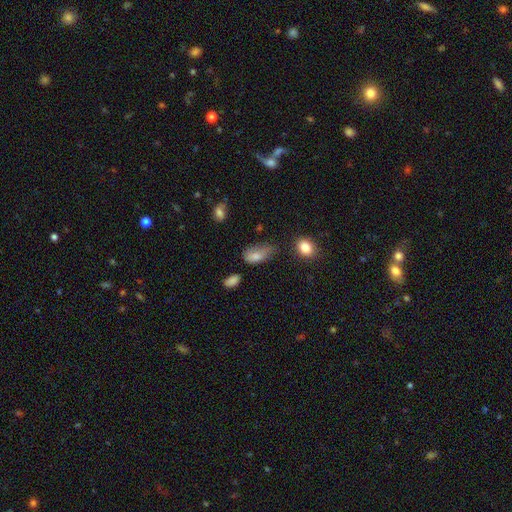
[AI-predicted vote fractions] smooth-or-featured: smooth: 77% | featured or disk: 13% | star or artifact: 10%
  how-rounded: in between: 88% | round: 6% | cigar-shaped: 5%
  merging: minor disturbance: 42% | none: 31% | major disturbance: 23% | merger: 4%